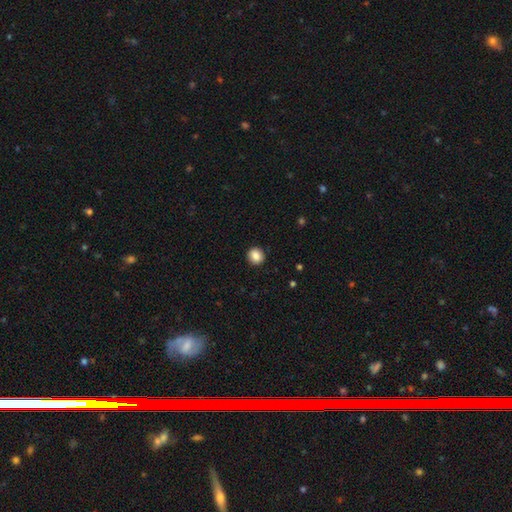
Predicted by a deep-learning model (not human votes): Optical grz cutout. It shows a smooth galaxy with no disk features (87%) that is round (82%). Merging: none (91%).